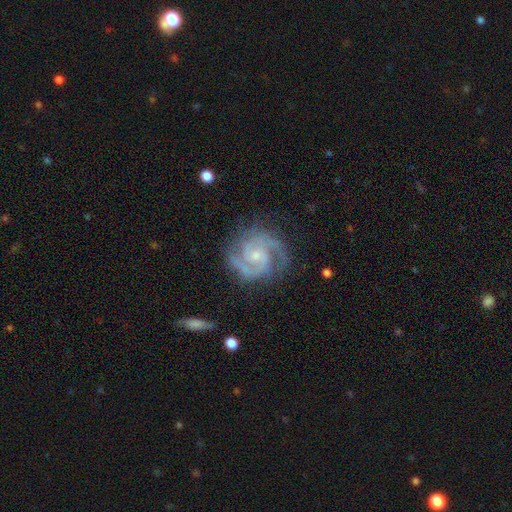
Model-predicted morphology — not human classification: Overall: featured or disk (92%). Edge-on disk: no (98%). Bar: no (57%; weak 35%). Spiral arms: yes (98%). Spiral arm count: 2 (72%). Spiral winding: tight (48%; medium 46%). Bulge size: small (64%; moderate 29%). Merging: none (77%).